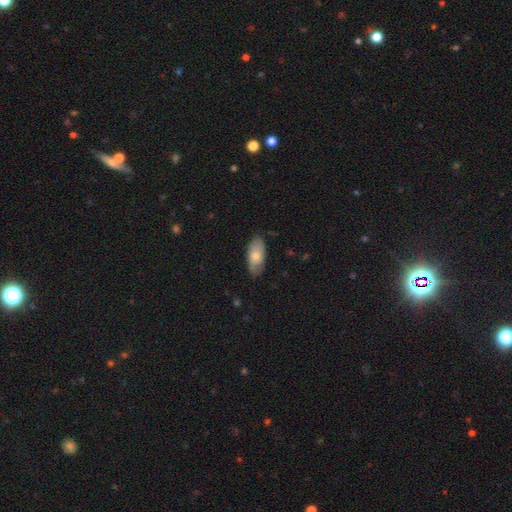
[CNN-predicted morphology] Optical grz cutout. It shows a smooth galaxy with no disk features (66%) that is in between round and cigar-shaped (90%). Merging: none (76%).